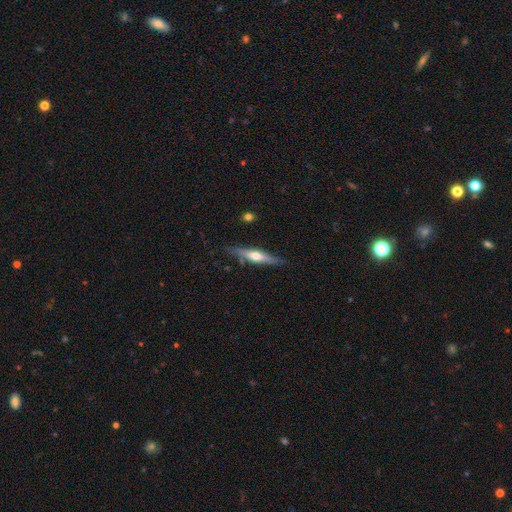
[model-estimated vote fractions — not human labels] The model was most divided on "smooth or featured": featured or disk: 64%, smooth: 30%, star or artifact: 6%. More confident: edge-on disk — yes (95%); edge-on bulge — rounded (88%); merging — none (82%).